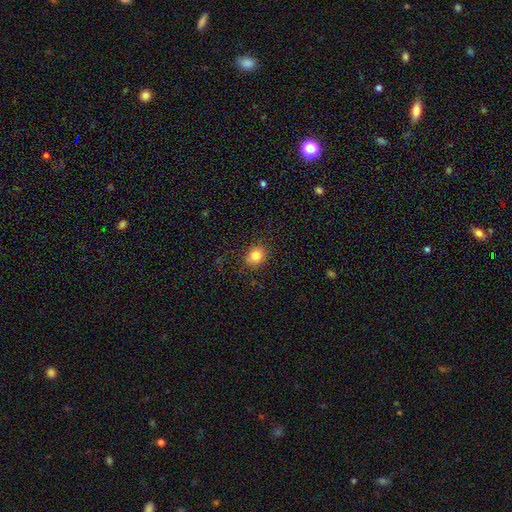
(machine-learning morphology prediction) Smooth or featured? Predicted: smooth (p=0.83). How rounded? Predicted: round (p=0.61). Merging? Predicted: none (p=0.85).